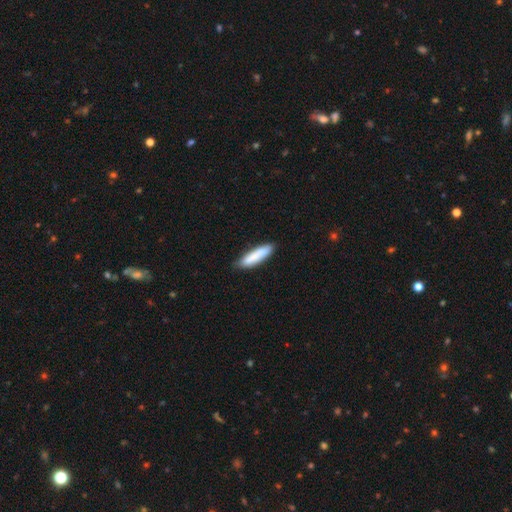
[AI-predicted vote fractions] Smooth or featured? smooth (82%)
How rounded? cigar-shaped (73%)
Merging? none (80%)